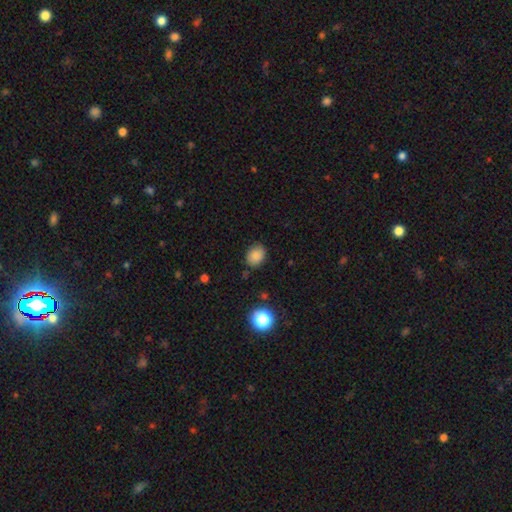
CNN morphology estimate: Smooth or featured? smooth (84%)
How rounded? in between (54%)
Merging? none (81%)